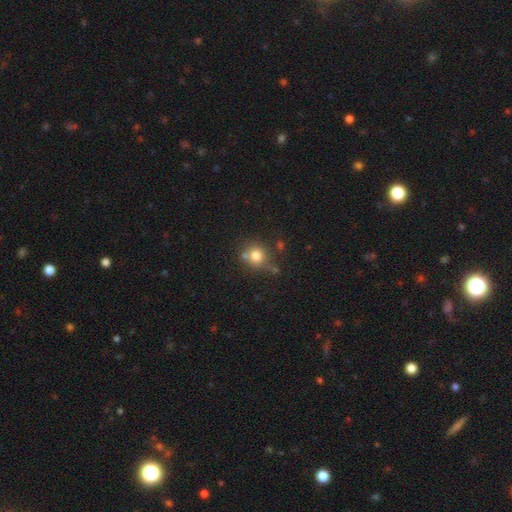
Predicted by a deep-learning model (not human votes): Smooth or featured: smooth — 77% (star or artifact — 12%)
How rounded: round — 87% (in between — 12%)
Merging: none — 63% (merger — 18%)